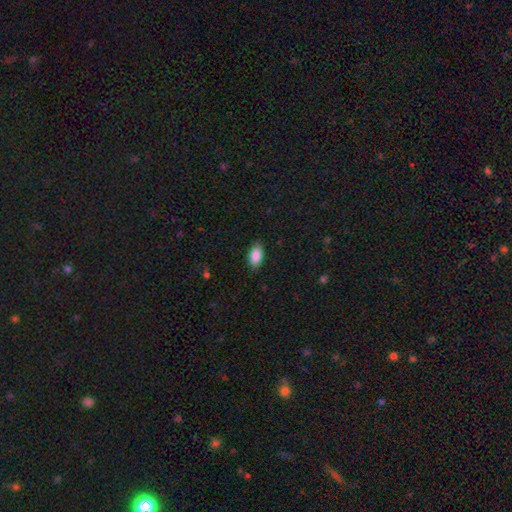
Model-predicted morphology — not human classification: This is clearly a smooth galaxy (89%). How rounded: clearly in between (93%). Merging: clearly none (86%).